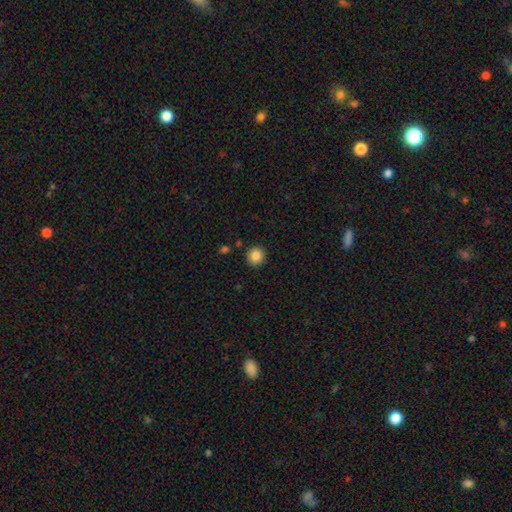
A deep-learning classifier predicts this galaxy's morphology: smooth-or-featured: smooth: 85% | star or artifact: 10% | featured or disk: 5%
  how-rounded: round: 94% | in between: 5% | cigar-shaped: 1%
  merging: none: 91% | minor disturbance: 6% | merger: 2% | major disturbance: 2%